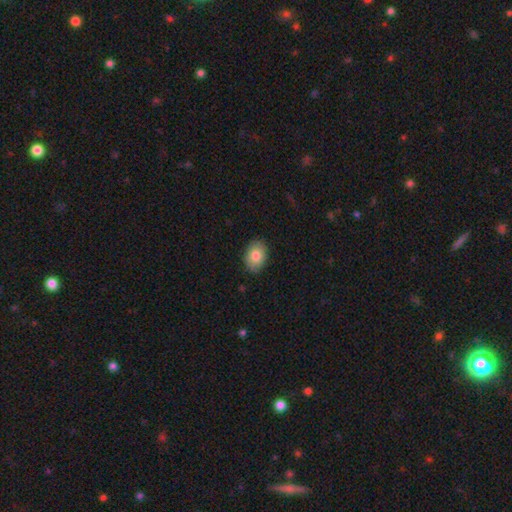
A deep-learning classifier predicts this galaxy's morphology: Overall: smooth (81%). How rounded: in between (78%). Merging: none (87%).